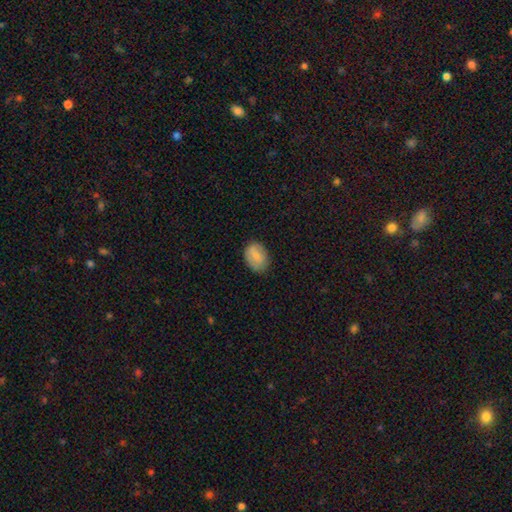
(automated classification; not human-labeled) smooth_or_featured: smooth (p=0.77) [alt: featured or disk p=0.16]
how_rounded: in between (p=0.76) [alt: round p=0.22]
merging: none (p=0.79) [alt: minor disturbance p=0.16]